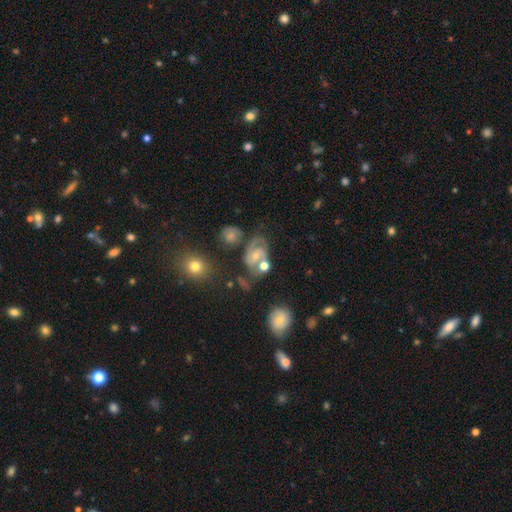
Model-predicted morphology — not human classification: Smooth or featured? Predicted: featured or disk (p=0.67). Edge-on disk? Predicted: no (p=0.97). Bar? Predicted: no (p=0.49). Spiral arms? Predicted: yes (p=0.86). Spiral winding? Predicted: medium (p=0.50). Spiral arm count? Predicted: 2 (p=0.73). Bulge size? Predicted: small (p=0.48). Merging? Predicted: none (p=0.39).